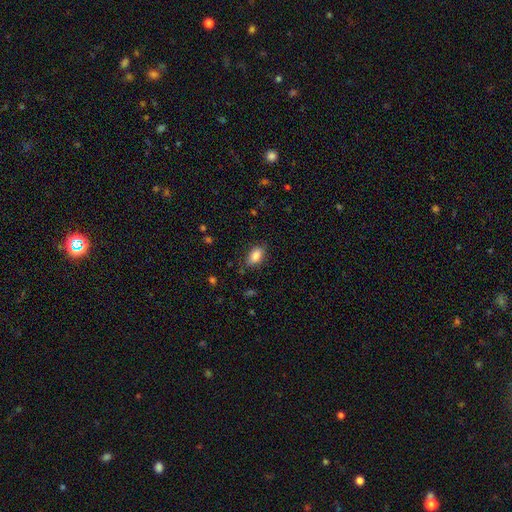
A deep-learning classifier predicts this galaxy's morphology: A smooth galaxy with no disk features (84%) that is in between round and cigar-shaped (90%). Merging: none (83%).